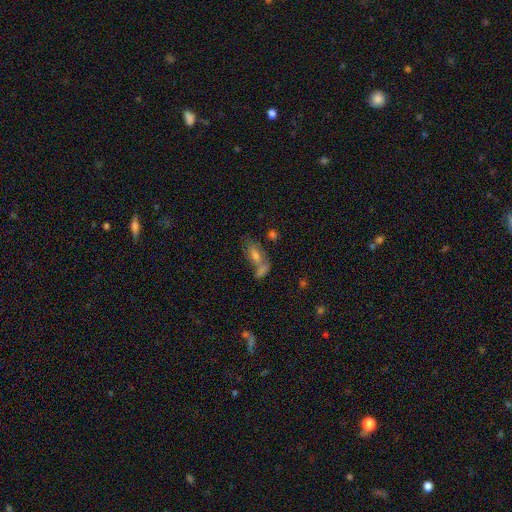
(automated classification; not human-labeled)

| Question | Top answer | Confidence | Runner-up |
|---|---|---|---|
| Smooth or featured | smooth | 50% | featured or disk (34%) |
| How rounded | in between | 77% | cigar-shaped (16%) |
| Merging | none | 38% | merger (37%) |